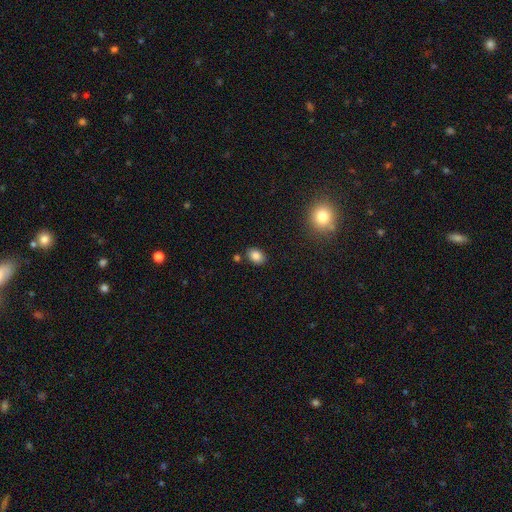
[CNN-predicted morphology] Q: Smooth or featured?
A: smooth (85%); runner-up: star or artifact (10%)
Q: How rounded?
A: in between (70%); runner-up: round (28%)
Q: Merging?
A: none (81%); runner-up: minor disturbance (10%)